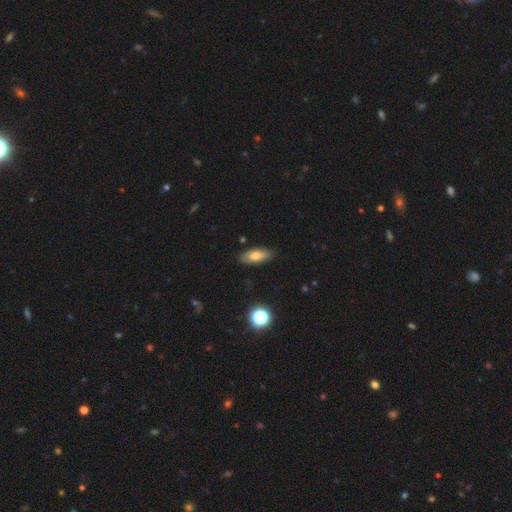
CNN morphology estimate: type=smooth (74%); roundness=in between (78%); merging=none (86%).